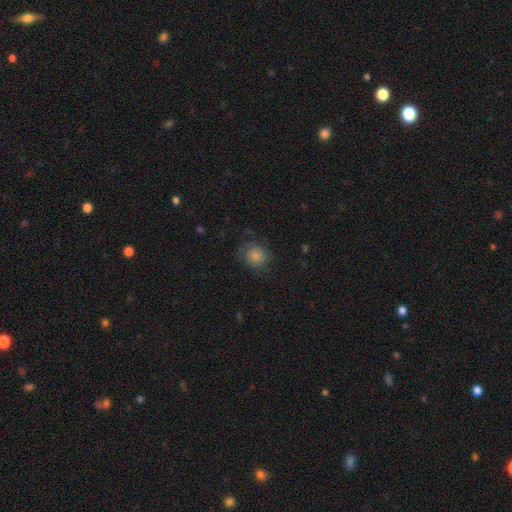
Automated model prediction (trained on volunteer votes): smooth-or-featured: smooth: 82% | featured or disk: 9% | star or artifact: 9%
  how-rounded: round: 81% | in between: 18% | cigar-shaped: 1%
  merging: none: 70% | minor disturbance: 19% | major disturbance: 9% | merger: 1%